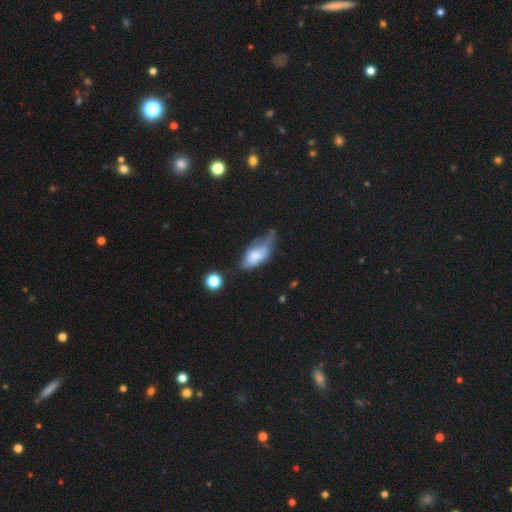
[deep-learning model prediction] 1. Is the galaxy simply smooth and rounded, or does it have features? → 67% smooth, 25% featured or disk, 8% star or artifact.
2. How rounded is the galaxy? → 89% in between, 8% cigar-shaped, 3% round.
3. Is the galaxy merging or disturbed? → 40% minor disturbance, 31% major disturbance, 22% none, 7% merger.